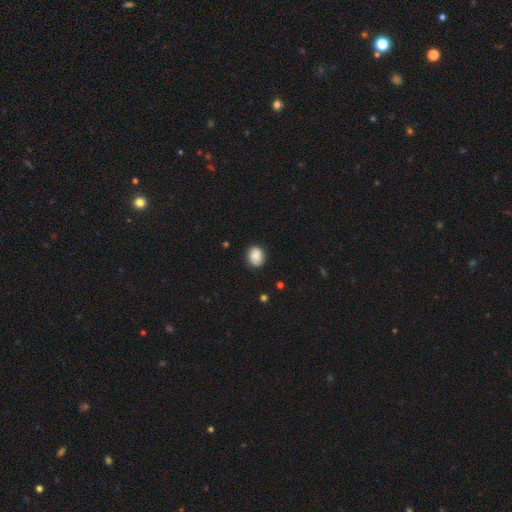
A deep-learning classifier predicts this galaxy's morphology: This is clearly a smooth galaxy (85%). How rounded: possibly round (58%). Merging: clearly none (84%).